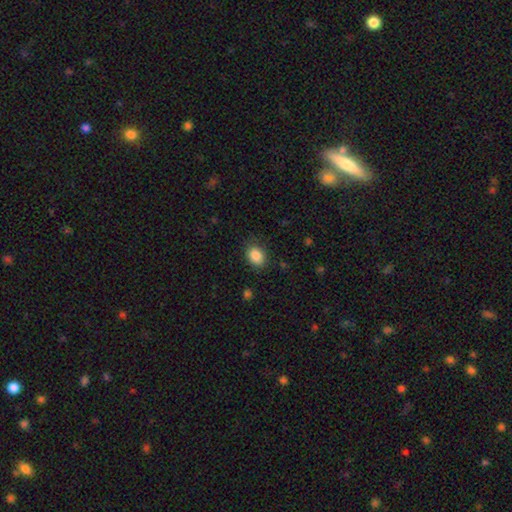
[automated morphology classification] smooth 87%, star or artifact 8%, featured or disk 4%. Down the decision tree: how rounded — in between (66%); merging — none (83%).